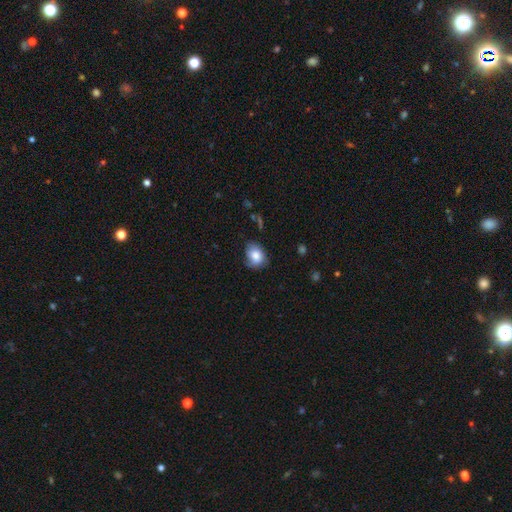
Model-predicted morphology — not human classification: A smooth galaxy with no disk features (80%) that is in between round and cigar-shaped (60%).

Vote fractions:
- Smooth or featured? smooth: 80% / featured or disk: 12% / star or artifact: 8%
- How rounded? in between: 60% / round: 39% / cigar-shaped: 1%
- Merging? none: 60% / minor disturbance: 30% / major disturbance: 8% / merger: 2%